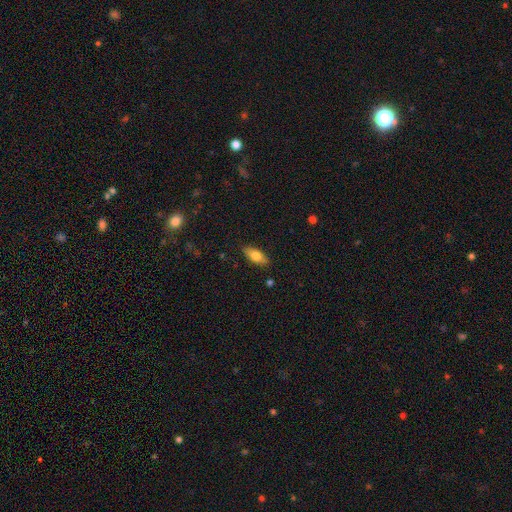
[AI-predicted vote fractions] Smooth or featured?
  - smooth: 77% *
  - featured or disk: 16%
  - star or artifact: 7%
How rounded?
  - in between: 83% *
  - cigar-shaped: 13%
  - round: 3%
Merging?
  - none: 86% *
  - minor disturbance: 10%
  - major disturbance: 2%
  - merger: 1%